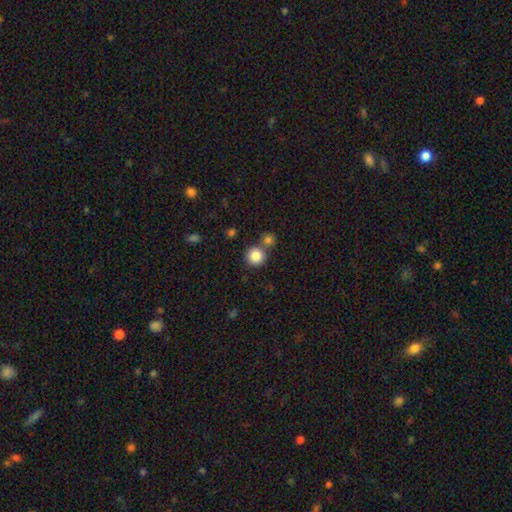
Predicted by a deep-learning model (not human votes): smooth-or-featured: smooth: 85% | star or artifact: 10% | featured or disk: 5%
  how-rounded: round: 93% | in between: 6% | cigar-shaped: 1%
  merging: none: 70% | merger: 20% | minor disturbance: 7% | major disturbance: 2%